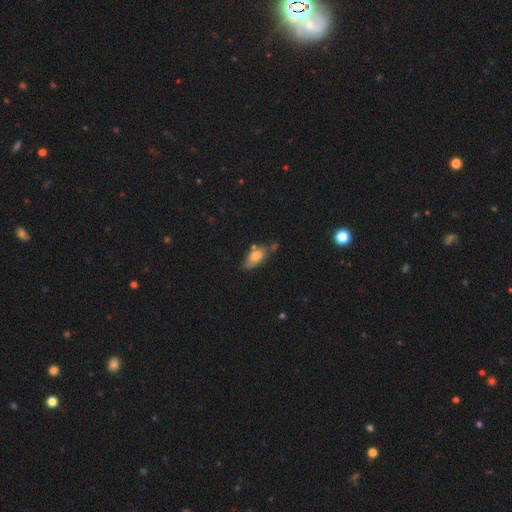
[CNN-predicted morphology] Overall: smooth (70%). How rounded: in between (86%). Merging: none (55%; minor disturbance 29%).